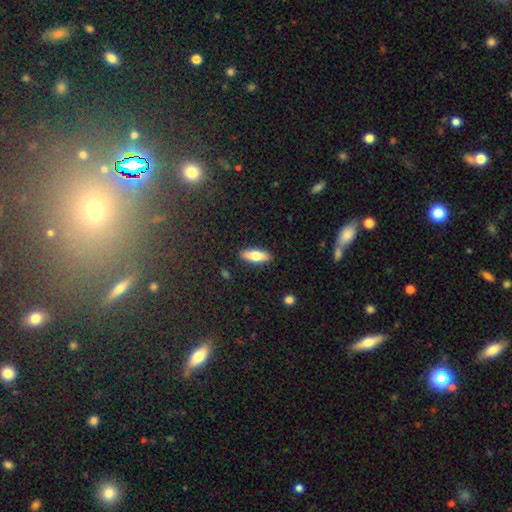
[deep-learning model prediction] This appears to be a smooth galaxy with no disk features (67%) that is in between round and cigar-shaped (58%). Merging: none (89%).